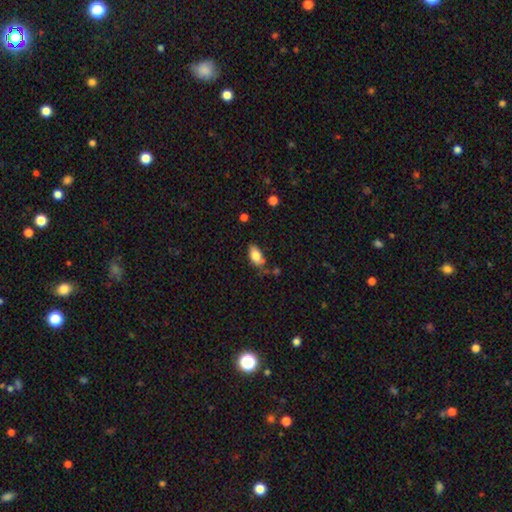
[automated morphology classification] Smooth or featured? smooth (81%)
How rounded? in between (92%)
Merging? none (61%)